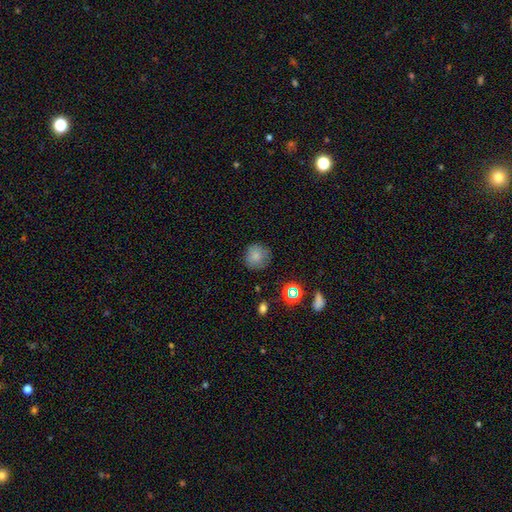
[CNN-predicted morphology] Overall: smooth (79%). How rounded: round (93%). Merging: none (82%).